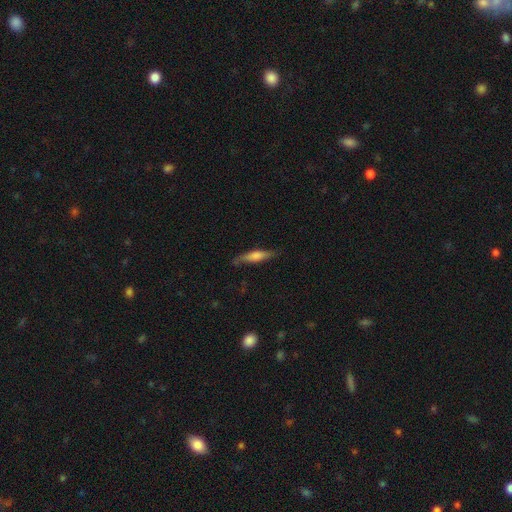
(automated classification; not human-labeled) Q: Smooth or featured?
A: smooth (57%); runner-up: featured or disk (37%)
Q: How rounded?
A: cigar-shaped (80%); runner-up: in between (18%)
Q: Merging?
A: none (79%); runner-up: minor disturbance (16%)